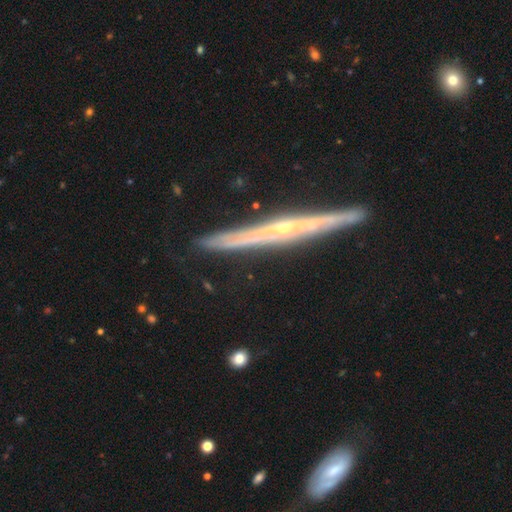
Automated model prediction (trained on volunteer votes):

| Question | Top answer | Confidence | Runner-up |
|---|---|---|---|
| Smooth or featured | featured or disk | 84% | smooth (10%) |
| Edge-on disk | yes | 97% | no (3%) |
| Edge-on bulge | rounded | 63% | none (33%) |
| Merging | none | 88% | minor disturbance (9%) |